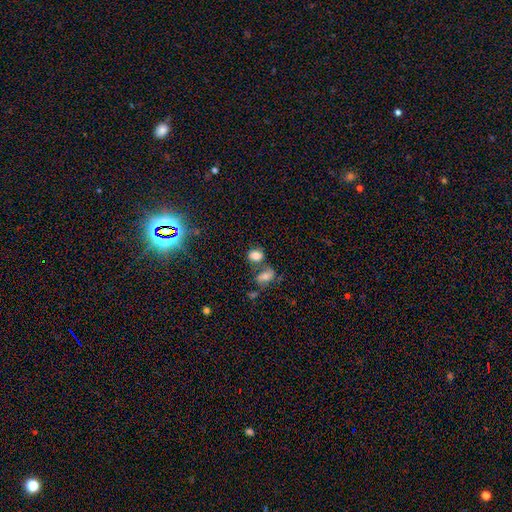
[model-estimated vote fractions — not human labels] Q: Smooth or featured?
A: smooth (78%); runner-up: star or artifact (12%)
Q: How rounded?
A: in between (60%); runner-up: round (38%)
Q: Merging?
A: none (50%); runner-up: merger (30%)